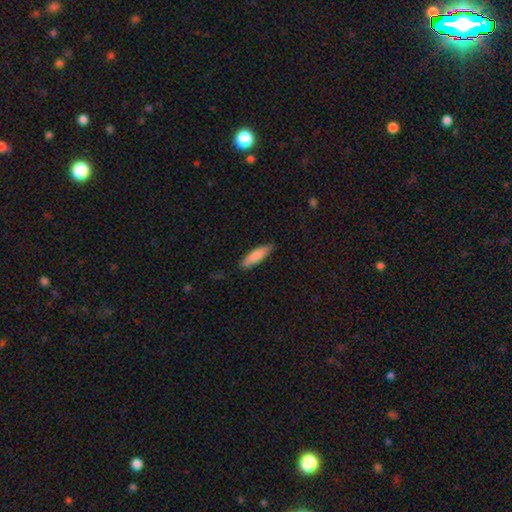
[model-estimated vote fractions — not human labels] This is clearly a smooth galaxy (84%). How rounded: likely cigar-shaped (62%). Merging: clearly none (84%).